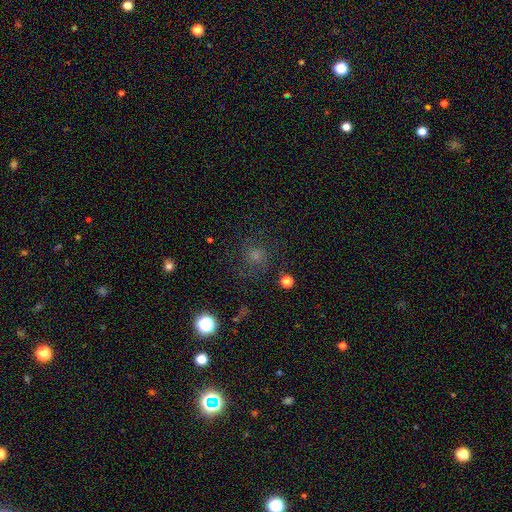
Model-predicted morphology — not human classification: Smooth or featured? smooth (53%)
How rounded? round (89%)
Merging? none (73%)